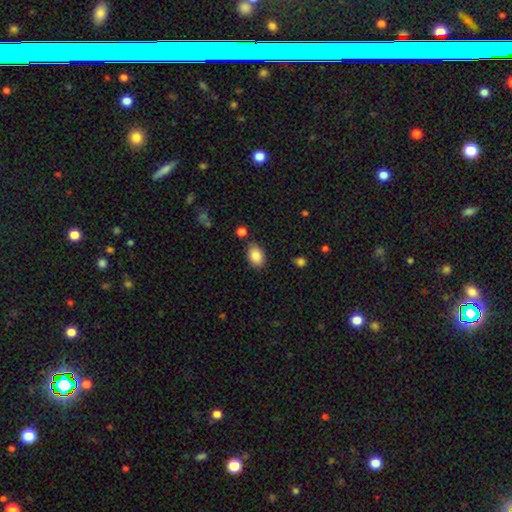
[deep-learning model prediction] This appears to be a smooth galaxy with no disk features (87%) that is in between round and cigar-shaped (86%). Merging: none (81%).